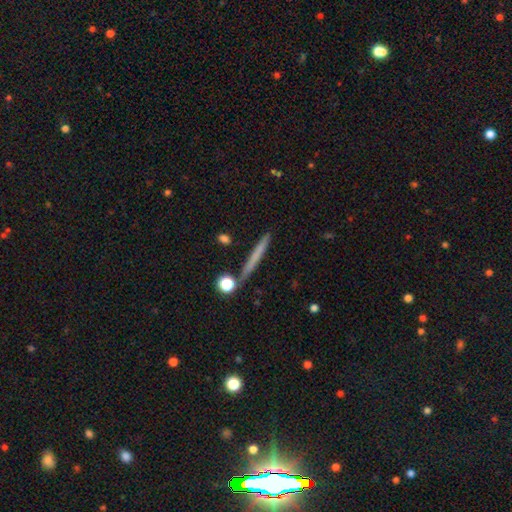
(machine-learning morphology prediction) Smooth or featured: smooth — 59% (featured or disk — 33%)
How rounded: cigar-shaped — 94% (in between — 3%)
Merging: none — 84% (minor disturbance — 9%)